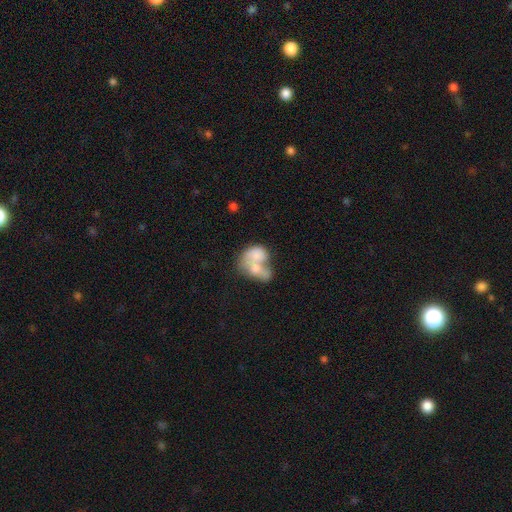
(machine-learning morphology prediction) This is likely a smooth galaxy (62%). How rounded: likely in between (68%). Merging: likely merger (73%).